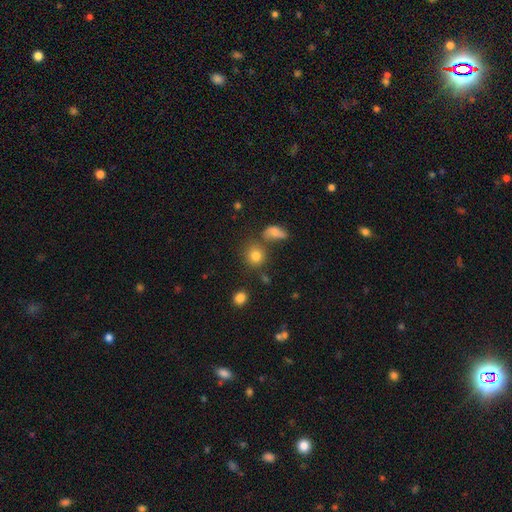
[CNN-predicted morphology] smooth_or_featured: smooth (p=0.80) [alt: star or artifact p=0.12]
how_rounded: round (p=0.82) [alt: in between p=0.17]
merging: none (p=0.68) [alt: merger p=0.15]